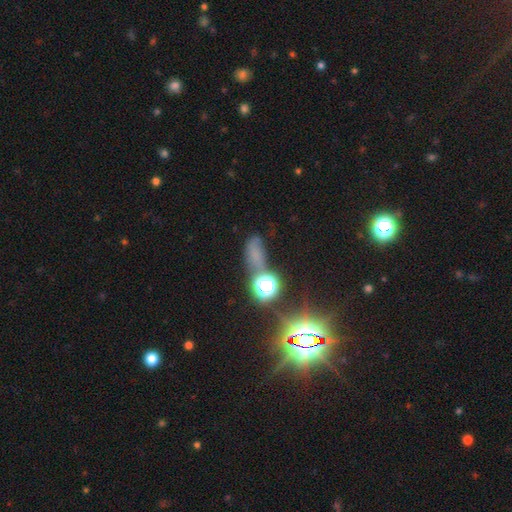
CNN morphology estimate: star or artifact 48%, smooth 38%, featured or disk 14%.